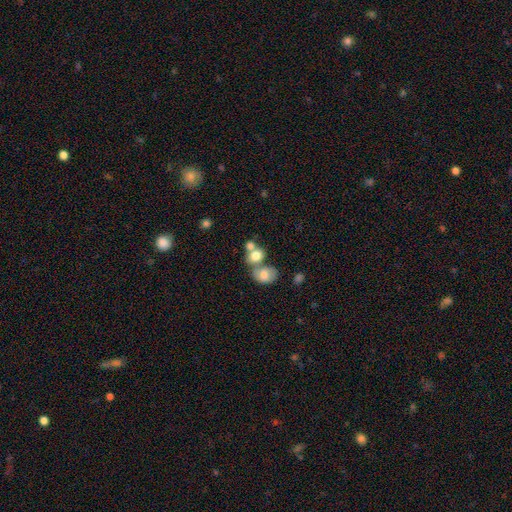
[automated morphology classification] This is likely a smooth galaxy (74%). How rounded: possibly in between (49%, tied with round). Merging: possibly merger (59%).